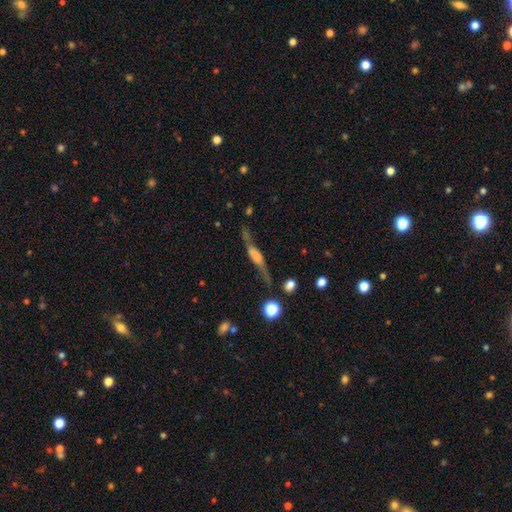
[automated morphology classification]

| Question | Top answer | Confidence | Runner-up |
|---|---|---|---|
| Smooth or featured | featured or disk | 65% | smooth (26%) |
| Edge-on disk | yes | 85% | no (15%) |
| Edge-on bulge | boxy | 49% | rounded (38%) |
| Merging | none | 61% | minor disturbance (21%) |